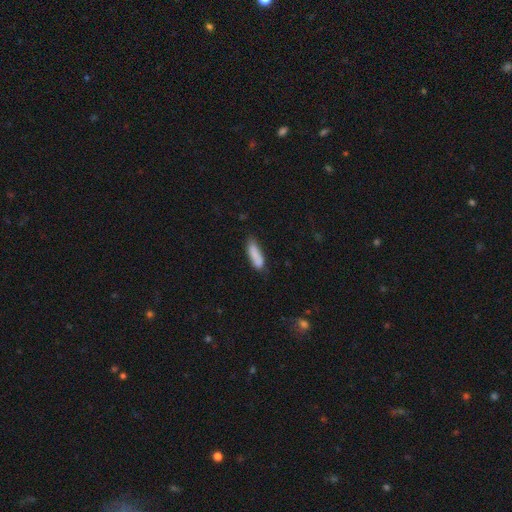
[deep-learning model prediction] Morphology: type=smooth (82%); roundness=cigar-shaped (56%); merging=none (65%).